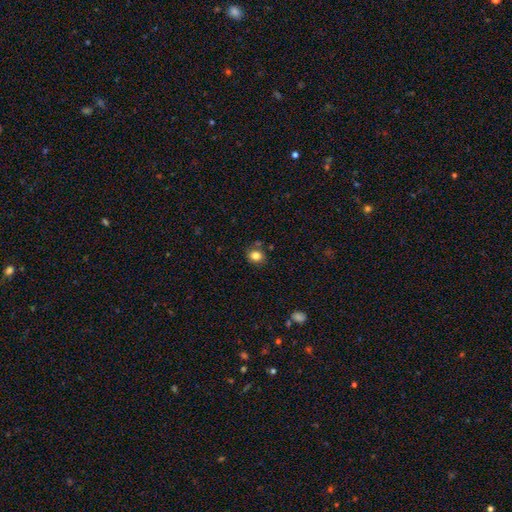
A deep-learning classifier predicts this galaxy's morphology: Smooth or featured? Predicted: smooth (p=0.82). How rounded? Predicted: round (p=0.57). Merging? Predicted: none (p=0.78).